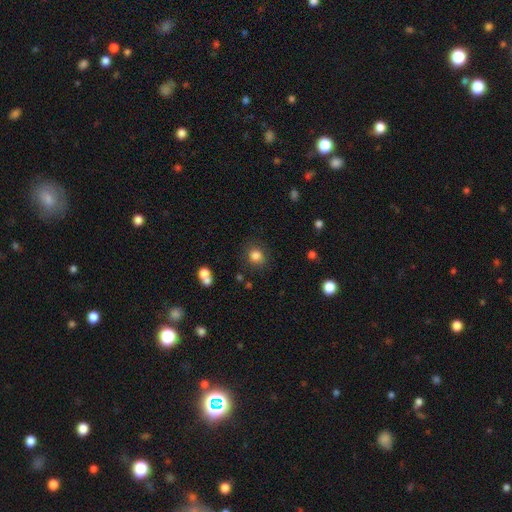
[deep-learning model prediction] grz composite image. It shows a smooth galaxy with no disk features (83%) that is round (78%). Merging: none (81%).